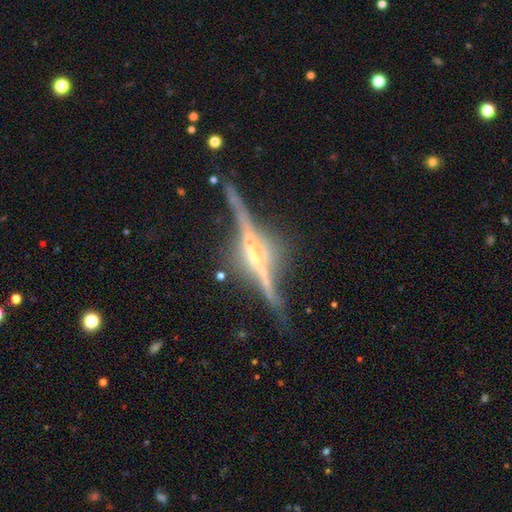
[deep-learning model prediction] featured or disk 86%, star or artifact 7%, smooth 6%. Down the decision tree: edge-on disk — yes (96%); edge-on bulge — rounded (68%); merging — none (74%).